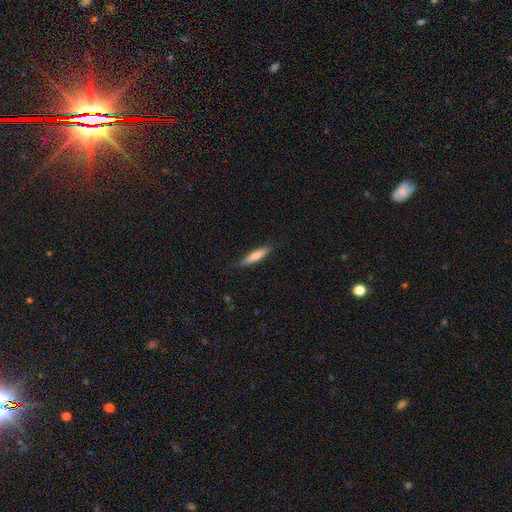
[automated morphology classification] Smooth or featured? smooth (73%)
How rounded? cigar-shaped (83%)
Merging? none (85%)